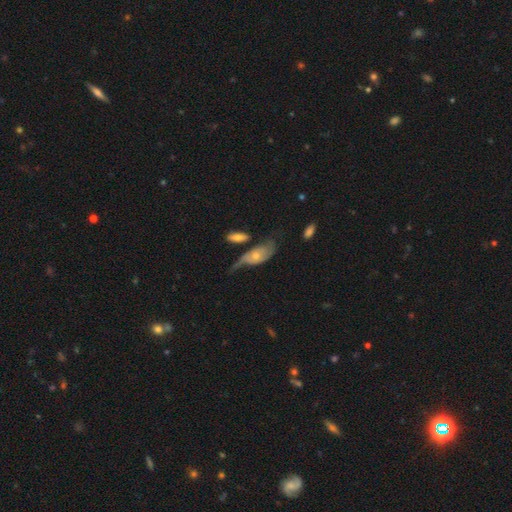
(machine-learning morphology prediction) smooth-or-featured: featured or disk: 57% | smooth: 36% | star or artifact: 6%
  disk-edge-on: no: 88% | yes: 12%
    bar: no: 76% | weak: 20% | strong: 4%
    has-spiral-arms: yes: 74% | no: 26%
    bulge-size: small: 53% | moderate: 38% | none: 4% | large: 3% | dominant: 1%
  merging: none: 30% (tied) | major disturbance: 30% (tied) | minor disturbance: 26% | merger: 15%